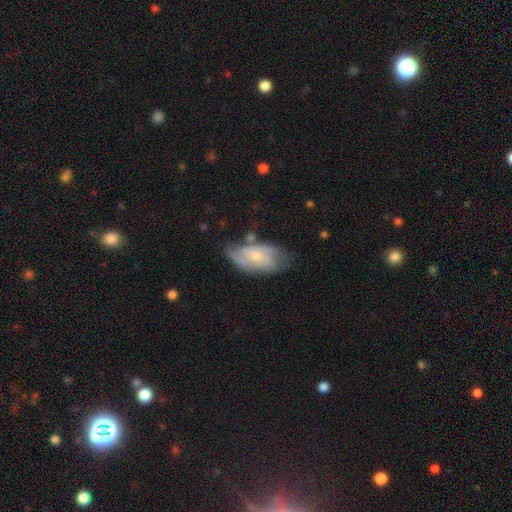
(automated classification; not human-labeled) Q: Smooth or featured?
A: featured or disk (71%); runner-up: smooth (22%)
Q: Edge-on disk?
A: no (95%); runner-up: yes (5%)
Q: Bar?
A: no (61%); runner-up: weak (33%)
Q: Spiral arms?
A: yes (91%); runner-up: no (9%)
Q: Spiral winding?
A: medium (44%); runner-up: tight (39%)
Q: Spiral arm count?
A: 2 (50%); runner-up: can't tell (24%)
Q: Bulge size?
A: small (55%); runner-up: moderate (35%)
Q: Merging?
A: none (59%); runner-up: minor disturbance (25%)